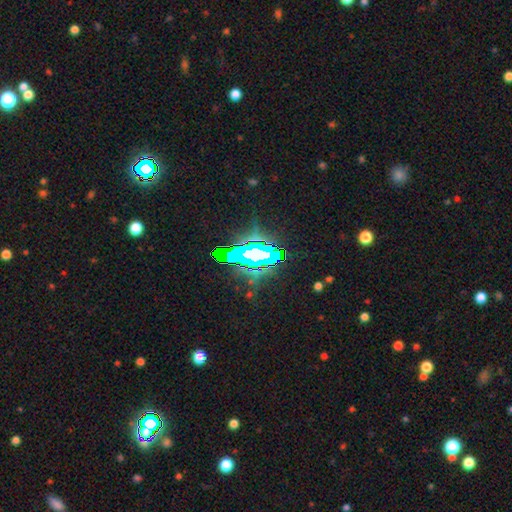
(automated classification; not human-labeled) Smooth or featured? Predicted: star or artifact (p=0.77).